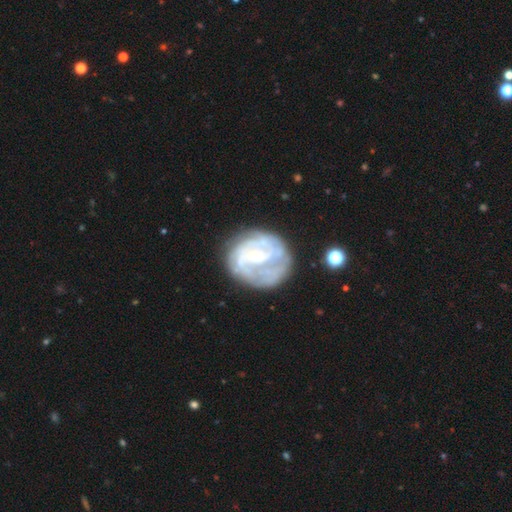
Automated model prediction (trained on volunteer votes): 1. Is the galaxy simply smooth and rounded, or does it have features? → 75% featured or disk, 17% smooth, 7% star or artifact.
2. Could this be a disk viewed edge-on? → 98% no, 2% yes.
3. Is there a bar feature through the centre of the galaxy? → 61% no, 31% weak, 8% strong.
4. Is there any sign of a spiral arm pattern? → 74% yes, 26% no.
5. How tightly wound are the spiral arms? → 58% tight, 30% medium, 13% loose.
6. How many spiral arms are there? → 48% can't tell, 22% 2, 14% 3, 6% 4, 6% 1, 4% more than 4.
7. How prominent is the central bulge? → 74% small, 18% moderate, 5% none, 1% large, 1% dominant.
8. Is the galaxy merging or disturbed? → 62% none, 21% minor disturbance, 14% major disturbance, 3% merger.